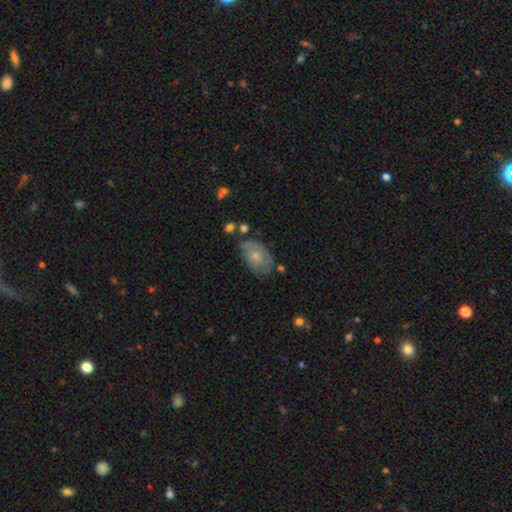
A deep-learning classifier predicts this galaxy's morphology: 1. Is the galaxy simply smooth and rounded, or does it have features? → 58% smooth, 35% featured or disk, 7% star or artifact.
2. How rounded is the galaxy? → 89% in between, 9% round, 2% cigar-shaped.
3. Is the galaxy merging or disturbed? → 62% none, 25% minor disturbance, 7% major disturbance, 6% merger.